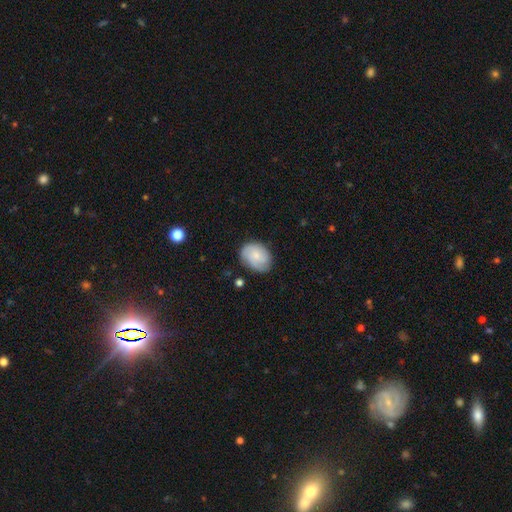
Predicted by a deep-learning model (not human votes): A smooth galaxy with no disk features (55%) that is in between round and cigar-shaped (62%).

Vote fractions:
- Smooth or featured? smooth: 55% / featured or disk: 38% / star or artifact: 7%
- How rounded? in between: 62% / round: 37% / cigar-shaped: 1%
- Merging? none: 72% / minor disturbance: 21% / major disturbance: 5% / merger: 2%